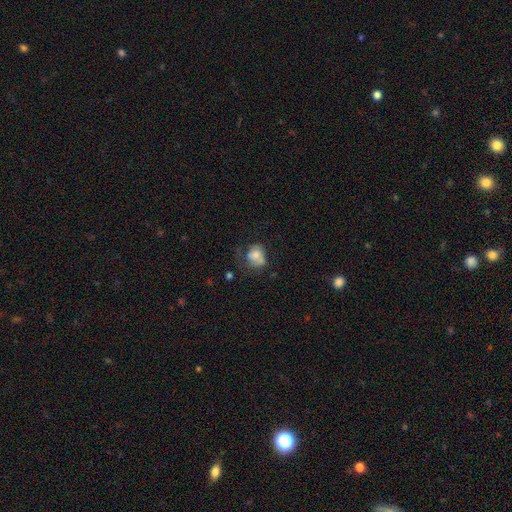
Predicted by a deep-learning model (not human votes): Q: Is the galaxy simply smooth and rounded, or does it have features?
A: smooth — 66%.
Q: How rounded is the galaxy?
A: round — 58%.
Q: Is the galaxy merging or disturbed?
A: none — 38%.